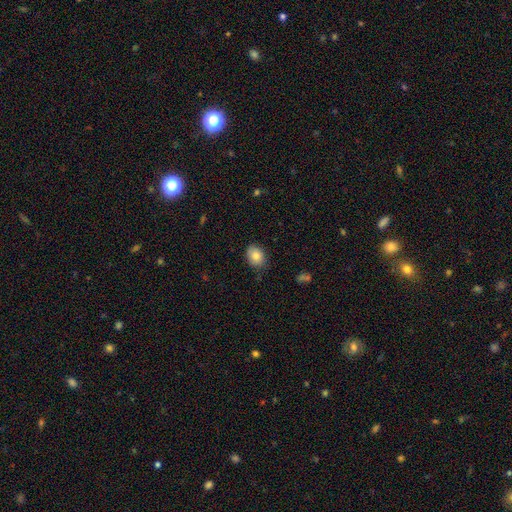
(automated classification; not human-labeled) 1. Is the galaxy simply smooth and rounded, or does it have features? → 82% smooth, 10% featured or disk, 8% star or artifact.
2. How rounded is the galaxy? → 64% in between, 35% round, 1% cigar-shaped.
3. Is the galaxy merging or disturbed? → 78% none, 18% minor disturbance, 3% major disturbance, 1% merger.